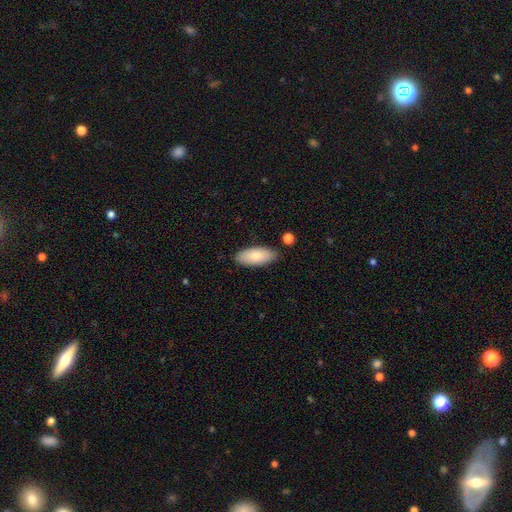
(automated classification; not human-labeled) smooth_or_featured: smooth (p=0.81) [alt: featured or disk p=0.13]
how_rounded: in between (p=0.88) [alt: cigar-shaped p=0.10]
merging: none (p=0.84) [alt: minor disturbance p=0.11]